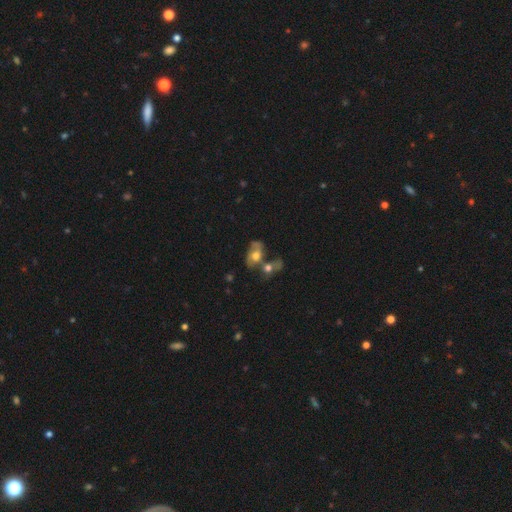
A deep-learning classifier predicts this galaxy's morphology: smooth-or-featured: featured or disk: 45% (tied) | smooth: 45% (tied) | star or artifact: 10%
  merging: merger: 44% | none: 27% | minor disturbance: 15% | major disturbance: 14%